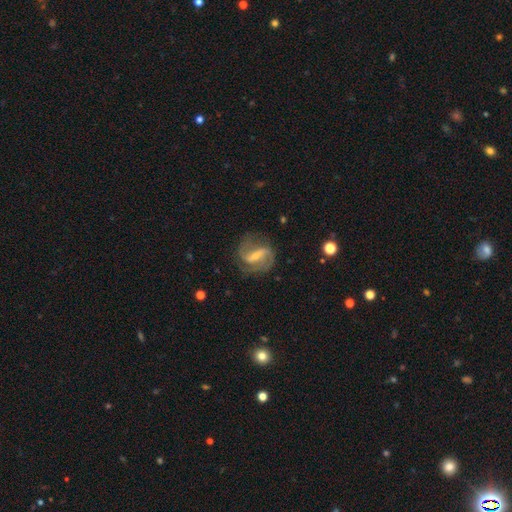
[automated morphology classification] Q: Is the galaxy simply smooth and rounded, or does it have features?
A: featured or disk — 85%.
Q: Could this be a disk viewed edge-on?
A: no — 97%.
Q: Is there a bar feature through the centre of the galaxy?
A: strong — 50%.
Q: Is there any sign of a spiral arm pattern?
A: yes — 94%.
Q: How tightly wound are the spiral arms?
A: medium — 46%.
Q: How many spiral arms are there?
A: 2 — 84%.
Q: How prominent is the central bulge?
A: small — 59%.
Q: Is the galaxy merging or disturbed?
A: none — 69%.